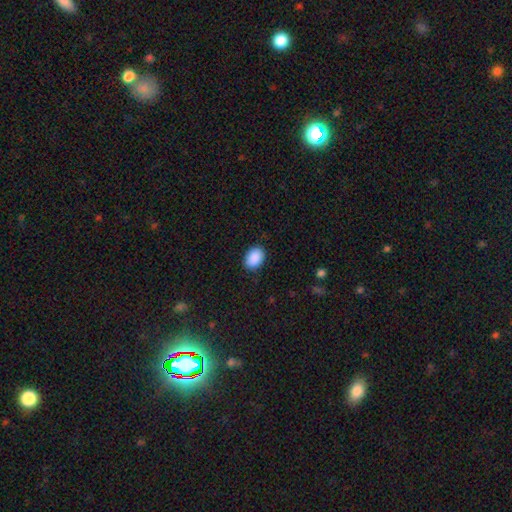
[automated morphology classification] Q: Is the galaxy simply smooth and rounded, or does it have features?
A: smooth — 91%.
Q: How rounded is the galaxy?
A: in between — 80%.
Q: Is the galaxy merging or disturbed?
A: none — 87%.